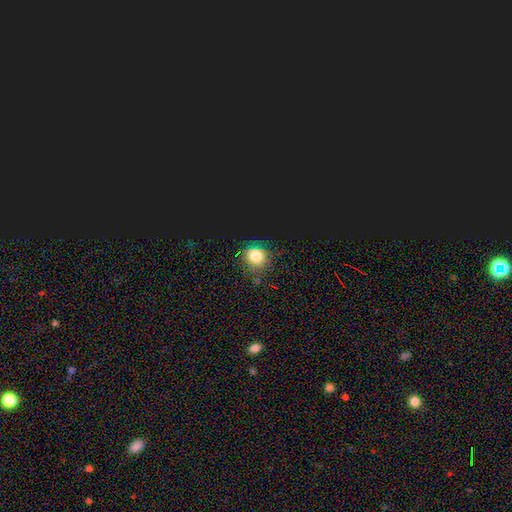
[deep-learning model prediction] This is likely a smooth galaxy (68%). How rounded: clearly round (87%). Merging: clearly none (83%).